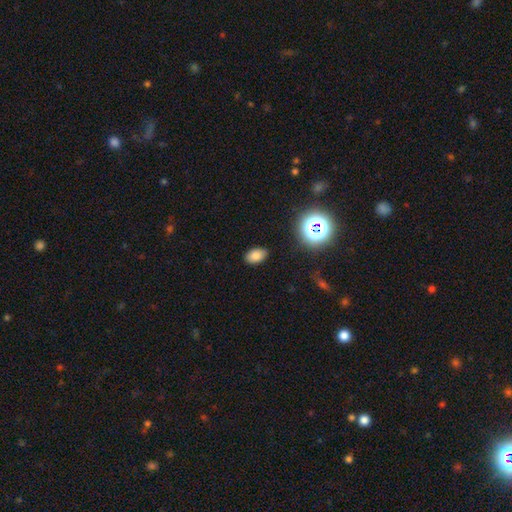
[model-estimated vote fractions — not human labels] This appears to be a smooth galaxy with no disk features (78%) that is in between round and cigar-shaped (89%). Merging: none (87%).